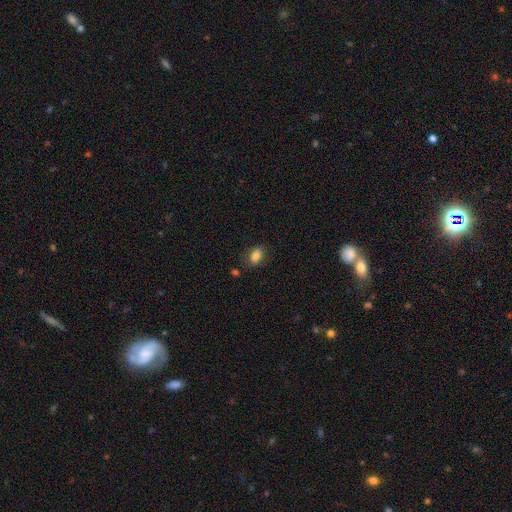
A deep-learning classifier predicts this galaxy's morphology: This is clearly a smooth galaxy (84%). How rounded: clearly in between (83%). Merging: likely none (76%).